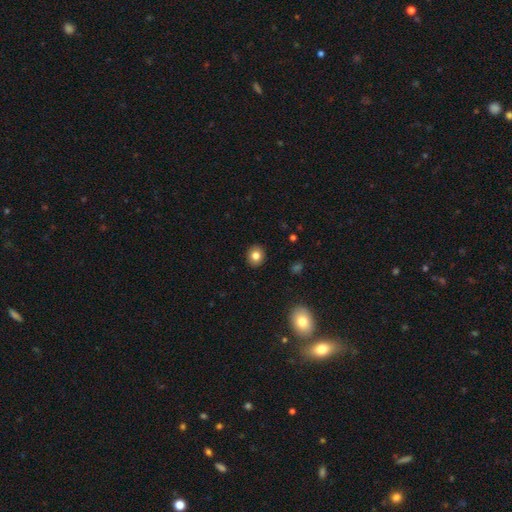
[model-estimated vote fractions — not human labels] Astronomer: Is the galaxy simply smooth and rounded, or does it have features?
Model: smooth — 82%.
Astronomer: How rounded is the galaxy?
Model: round — 73%.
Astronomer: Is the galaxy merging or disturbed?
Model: none — 91%.